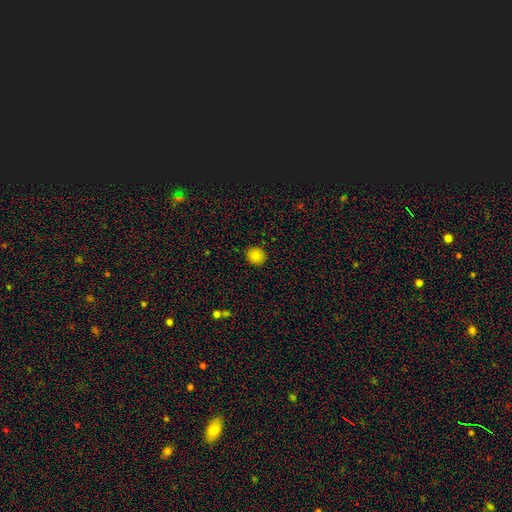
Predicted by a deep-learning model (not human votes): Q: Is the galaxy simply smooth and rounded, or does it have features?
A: smooth — 85%.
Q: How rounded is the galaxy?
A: round — 87%.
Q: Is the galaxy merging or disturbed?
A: none — 91%.